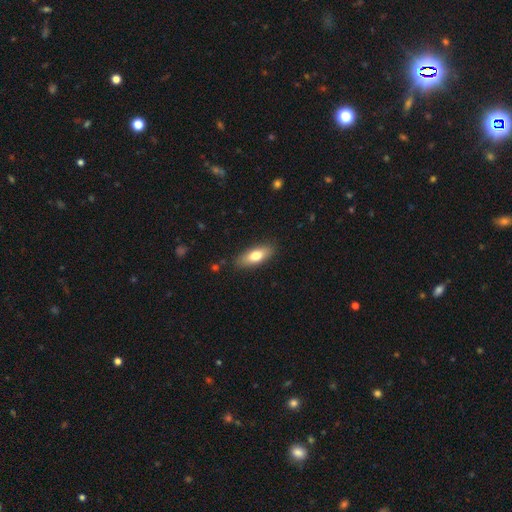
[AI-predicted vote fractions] Smooth or featured?
  - smooth: 74% *
  - featured or disk: 20%
  - star or artifact: 6%
How rounded?
  - in between: 75% *
  - cigar-shaped: 23%
  - round: 3%
Merging?
  - none: 86% *
  - minor disturbance: 10%
  - major disturbance: 2%
  - merger: 1%